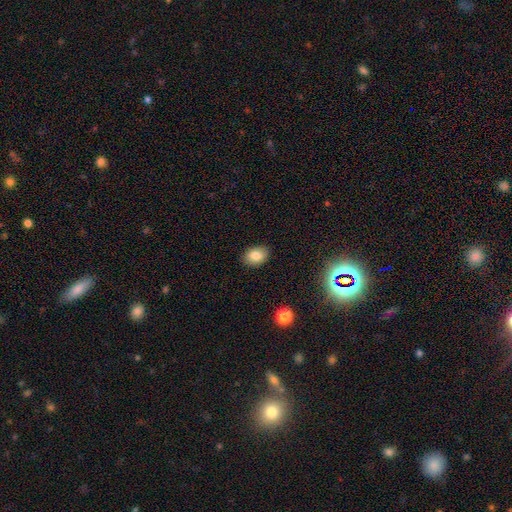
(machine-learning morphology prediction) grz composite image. It shows a smooth galaxy with no disk features (82%) that is in between round and cigar-shaped (76%). Merging: none (88%).